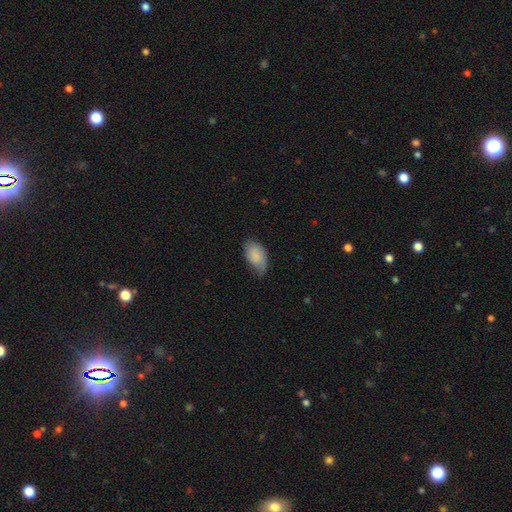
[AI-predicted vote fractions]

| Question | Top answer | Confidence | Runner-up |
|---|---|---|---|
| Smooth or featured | smooth | 78% | featured or disk (16%) |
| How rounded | in between | 93% | round (5%) |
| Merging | none | 48% | minor disturbance (40%) |